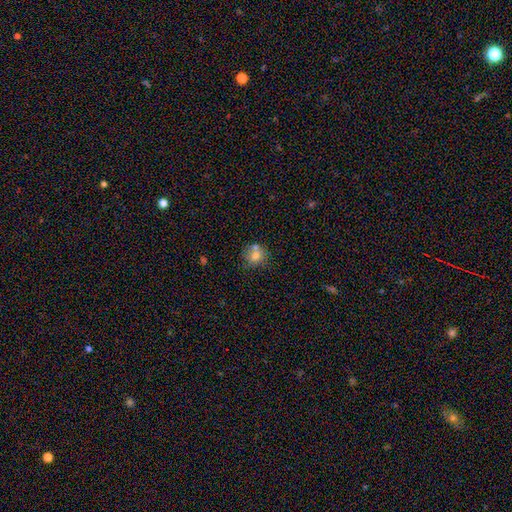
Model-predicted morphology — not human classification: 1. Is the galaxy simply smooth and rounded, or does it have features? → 74% smooth, 14% featured or disk, 12% star or artifact.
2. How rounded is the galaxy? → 82% round, 17% in between, 1% cigar-shaped.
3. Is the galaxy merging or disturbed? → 56% none, 28% merger, 12% minor disturbance, 4% major disturbance.